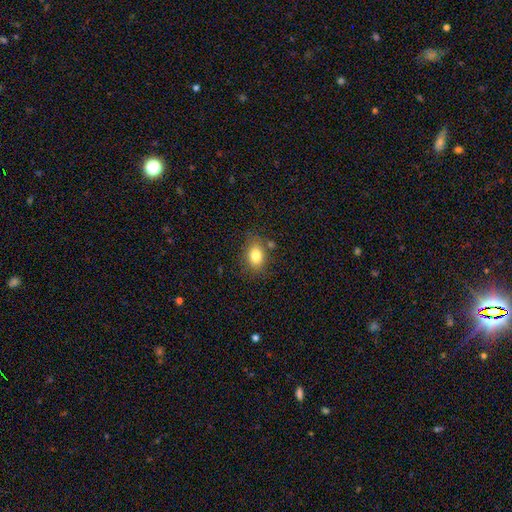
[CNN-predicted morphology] Q: Smooth or featured?
A: smooth (81%); runner-up: star or artifact (10%)
Q: How rounded?
A: in between (74%); runner-up: round (25%)
Q: Merging?
A: none (73%); runner-up: minor disturbance (16%)